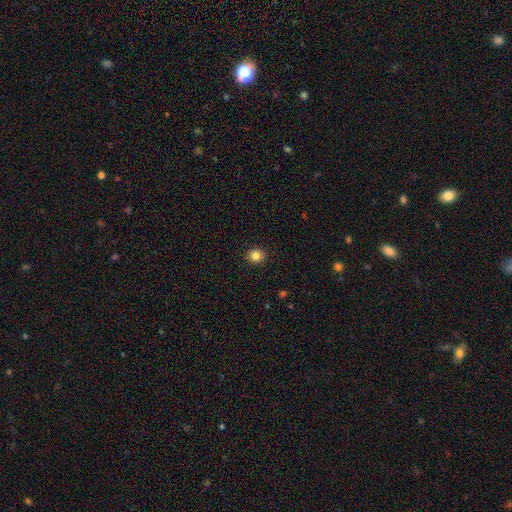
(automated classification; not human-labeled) This is clearly a smooth galaxy (84%). How rounded: clearly round (84%). Merging: clearly none (92%).